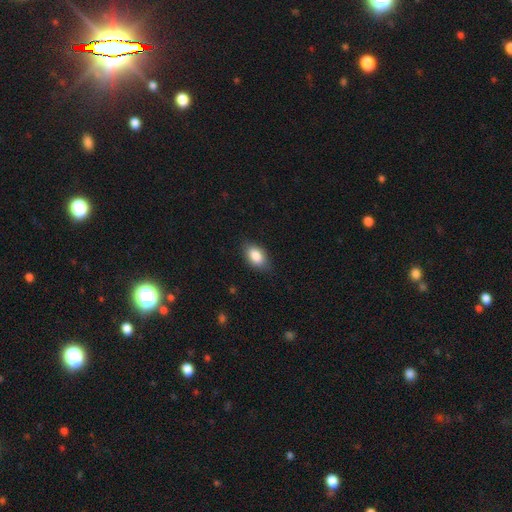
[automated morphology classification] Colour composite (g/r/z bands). It shows a smooth galaxy with no disk features (84%) that is in between round and cigar-shaped (89%). Merging: none (81%).